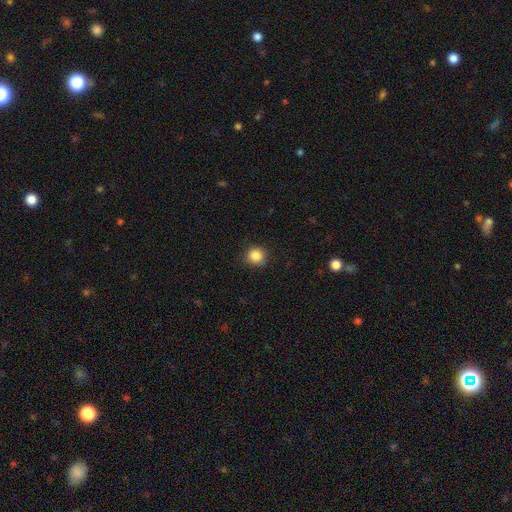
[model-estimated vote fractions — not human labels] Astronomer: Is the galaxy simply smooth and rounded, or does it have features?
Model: smooth — 86%.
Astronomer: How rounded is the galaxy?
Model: round — 91%.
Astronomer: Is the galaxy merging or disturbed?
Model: none — 89%.